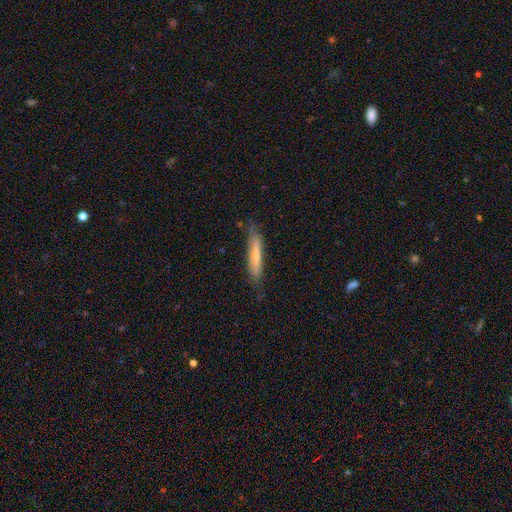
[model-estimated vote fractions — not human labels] Smooth or featured: smooth — 62% (featured or disk — 32%)
How rounded: cigar-shaped — 91% (in between — 8%)
Merging: none — 76% (minor disturbance — 19%)